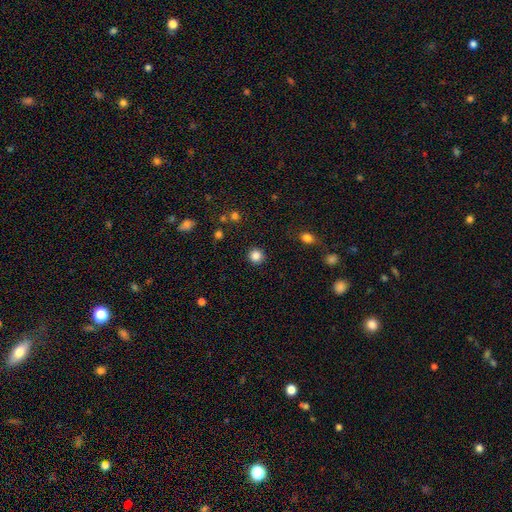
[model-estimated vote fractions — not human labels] This is clearly a smooth galaxy (85%). How rounded: clearly round (93%). Merging: clearly none (91%).